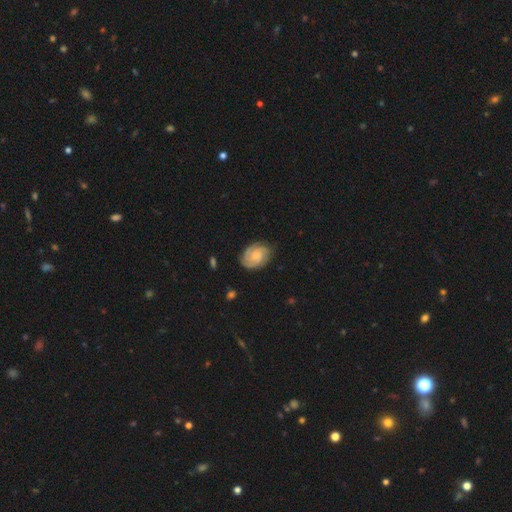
Smooth or featured?
  - featured or disk: 81% *
  - smooth: 14%
  - star or artifact: 5%
Edge-on disk?
  - no: 97% *
  - yes: 3%
Bar?
  - no: 52% *
  - weak: 45%
  - strong: 3%
Spiral arms?
  - yes: 100% *
  - no: 0%
Spiral winding?
  - tight: 76% *
  - medium: 24%
  - loose: 0%
Spiral arm count?
  - 3: 83% *
  - 2: 7%
  - 4: 7%
  - can't tell: 3%
  - 1: 0%
  - more than 4: 0%
Bulge size?
  - small: 72% *
  - moderate: 21%
  - none: 7%
  - dominant: 0%
  - large: 0%
Merging?
  - none: 89% *
  - minor disturbance: 6%
  - major disturbance: 3%
  - merger: 3%